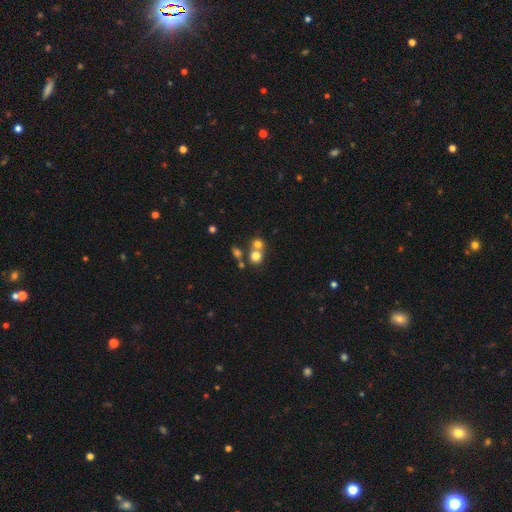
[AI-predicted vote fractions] Smooth or featured? smooth (73%)
How rounded? round (80%)
Merging? merger (46%)